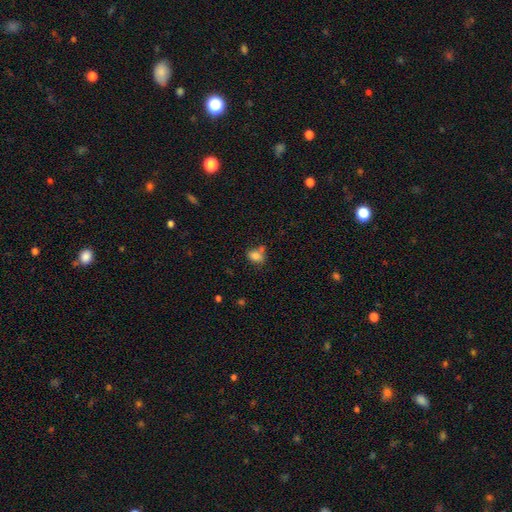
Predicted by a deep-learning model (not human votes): smooth 79%, star or artifact 11%, featured or disk 10%. Down the decision tree: how rounded — in between (73%); merging — none (47%).